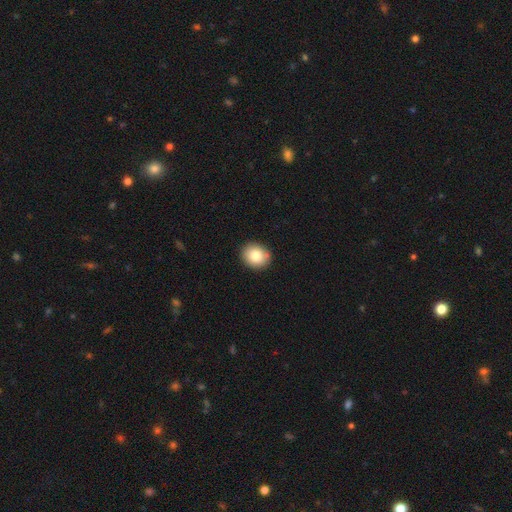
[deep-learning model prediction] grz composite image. It shows a smooth galaxy with no disk features (82%) that is round (70%). Merging: none (90%).